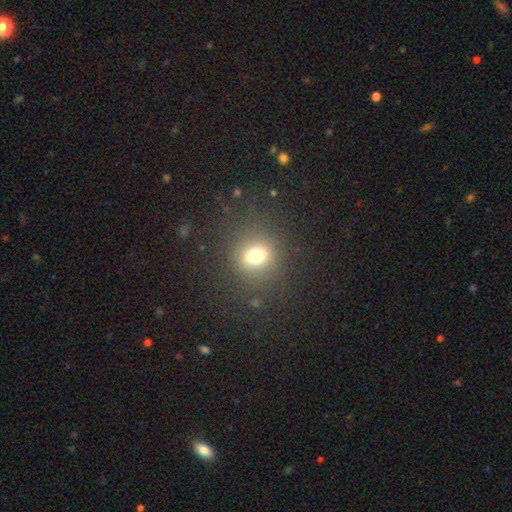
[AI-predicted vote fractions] Smooth or featured? smooth (72%)
How rounded? round (71%)
Merging? none (83%)